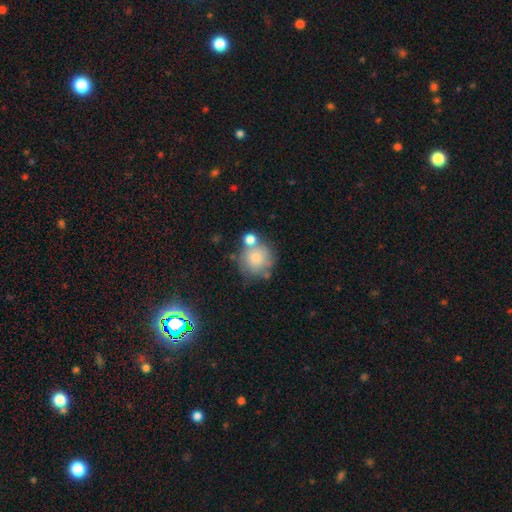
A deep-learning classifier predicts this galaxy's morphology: smooth_or_featured: smooth (p=0.74) [alt: featured or disk p=0.16]
how_rounded: round (p=0.89) [alt: in between p=0.10]
merging: none (p=0.54) [alt: merger p=0.24]